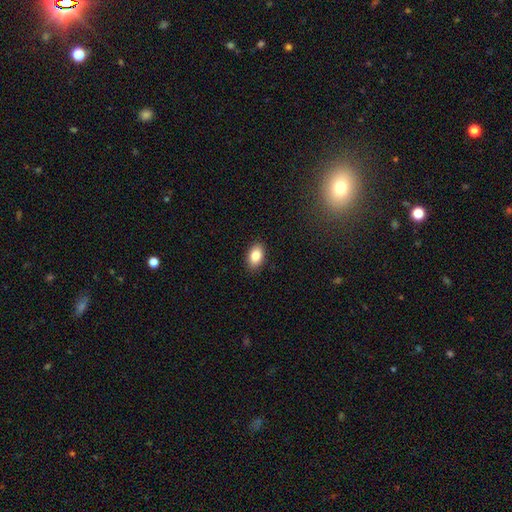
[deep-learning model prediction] smooth 85%, featured or disk 8%, star or artifact 8%. Down the decision tree: how rounded — in between (90%); merging — none (89%).